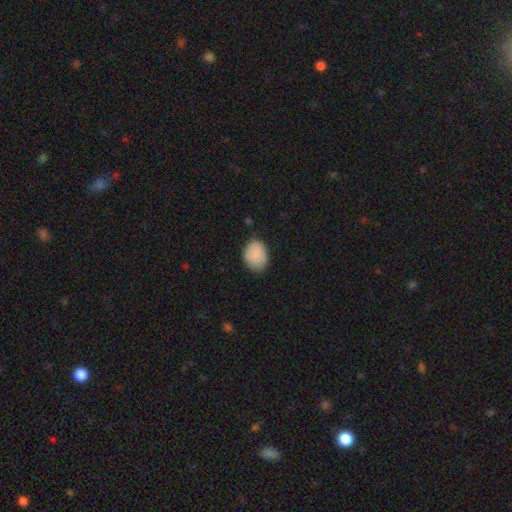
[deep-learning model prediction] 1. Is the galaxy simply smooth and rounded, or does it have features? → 86% smooth, 7% star or artifact, 7% featured or disk.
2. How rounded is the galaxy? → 60% in between, 39% round, 1% cigar-shaped.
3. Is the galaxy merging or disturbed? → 73% none, 22% minor disturbance, 4% major disturbance, 1% merger.